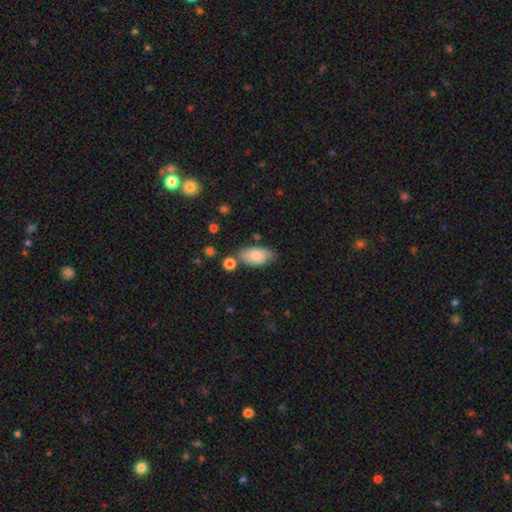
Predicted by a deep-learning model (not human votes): smooth_or_featured: smooth (p=0.78) [alt: featured or disk p=0.15]
how_rounded: in between (p=0.94) [alt: round p=0.04]
merging: none (p=0.61) [alt: minor disturbance p=0.25]